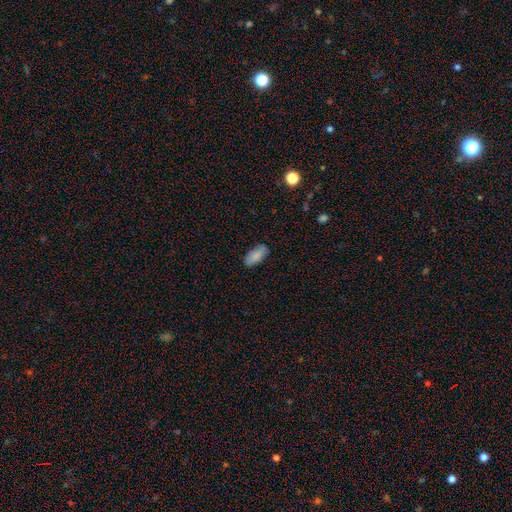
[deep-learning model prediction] A smooth galaxy with no disk features (87%) that is in between round and cigar-shaped (89%).

Vote fractions:
- Smooth or featured? smooth: 87% / star or artifact: 6% / featured or disk: 6%
- How rounded? in between: 89% / cigar-shaped: 9% / round: 2%
- Merging? none: 83% / minor disturbance: 13% / major disturbance: 3% / merger: 1%